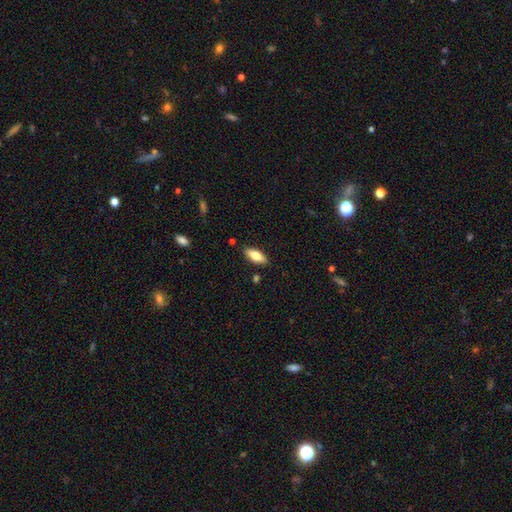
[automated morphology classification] Smooth or featured? Predicted: smooth (p=0.75). How rounded? Predicted: in between (p=0.80). Merging? Predicted: none (p=0.86).